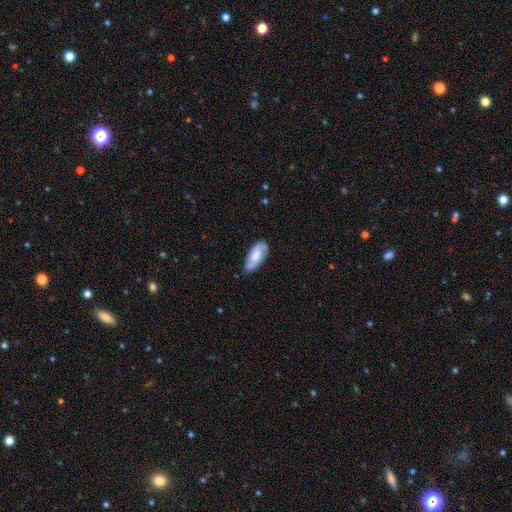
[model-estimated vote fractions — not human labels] smooth-or-featured: smooth: 50% | featured or disk: 44% | star or artifact: 7%
  merging: none: 74% | minor disturbance: 20% | major disturbance: 5% | merger: 2%